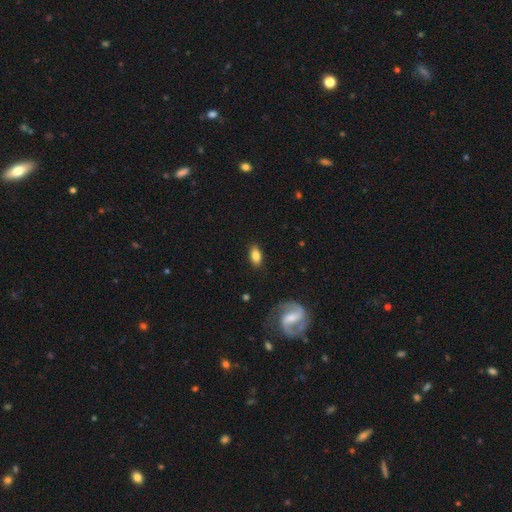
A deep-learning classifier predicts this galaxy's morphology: This appears to be a smooth galaxy with no disk features (80%) that is in between round and cigar-shaped (89%). Merging: none (86%).